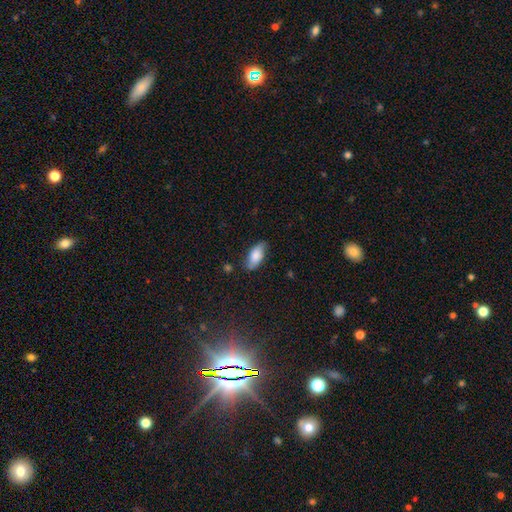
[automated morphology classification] This is likely a smooth galaxy (76%). How rounded: clearly in between (85%). Merging: likely none (77%).